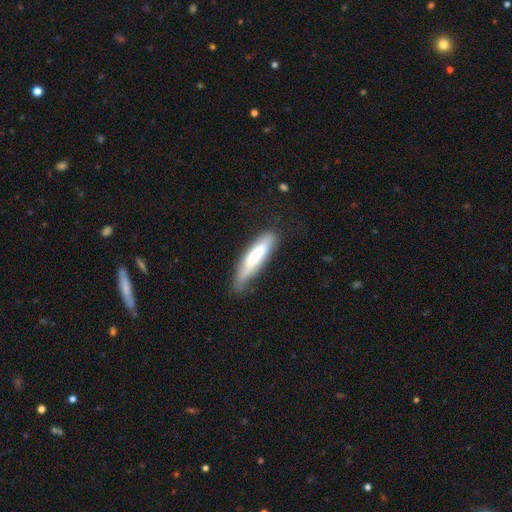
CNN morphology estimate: Smooth or featured?
  - smooth: 59% *
  - featured or disk: 35%
  - star or artifact: 6%
How rounded?
  - cigar-shaped: 78% *
  - in between: 20%
  - round: 1%
Merging?
  - none: 63% *
  - minor disturbance: 28%
  - major disturbance: 7%
  - merger: 2%